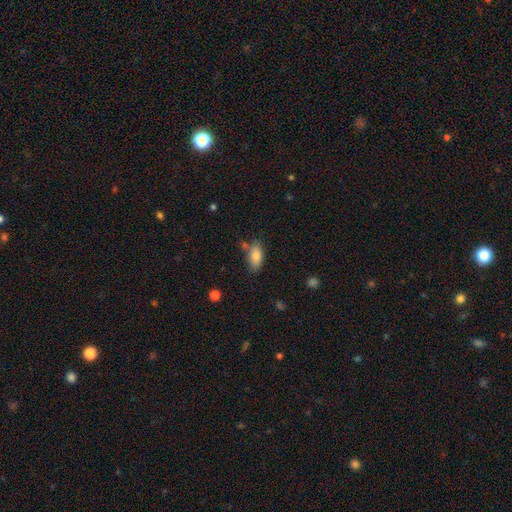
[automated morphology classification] smooth_or_featured: smooth (p=0.82) [alt: featured or disk p=0.11]
how_rounded: in between (p=0.89) [alt: cigar-shaped p=0.07]
merging: none (p=0.68) [alt: minor disturbance p=0.19]